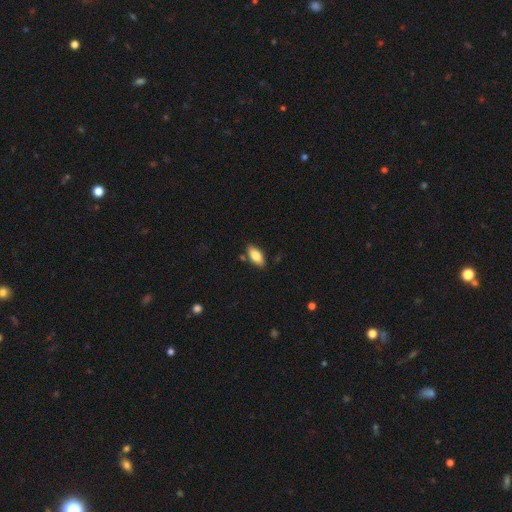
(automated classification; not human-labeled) smooth-or-featured: smooth: 83% | featured or disk: 11% | star or artifact: 7%
  how-rounded: in between: 88% | cigar-shaped: 9% | round: 2%
  merging: none: 82% | minor disturbance: 12% | merger: 3% | major disturbance: 2%